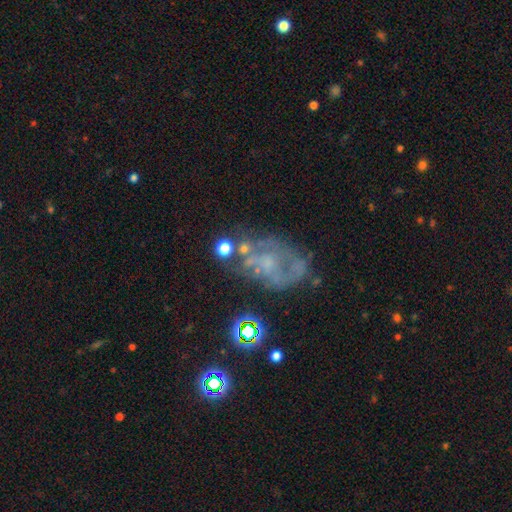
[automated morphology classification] Smooth or featured? featured or disk (66%)
Edge-on disk? no (96%)
Bar? no (71%)
Spiral arms? yes (60%)
Bulge size? small (58%)
Merging? none (59%)